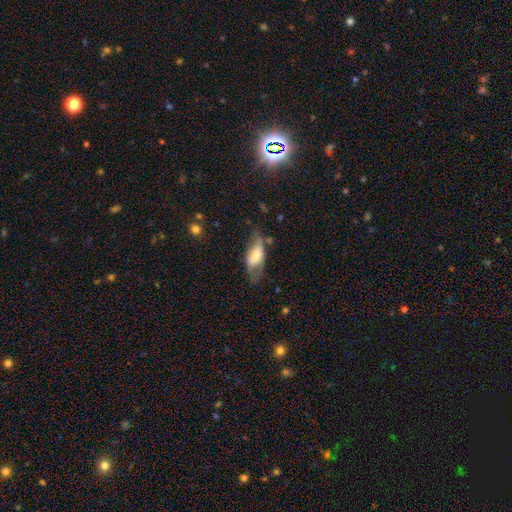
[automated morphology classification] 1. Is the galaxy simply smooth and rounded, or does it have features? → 56% smooth, 37% featured or disk, 7% star or artifact.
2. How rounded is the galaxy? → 83% in between, 13% cigar-shaped, 4% round.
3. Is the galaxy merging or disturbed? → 42% none, 31% minor disturbance, 23% major disturbance, 4% merger.